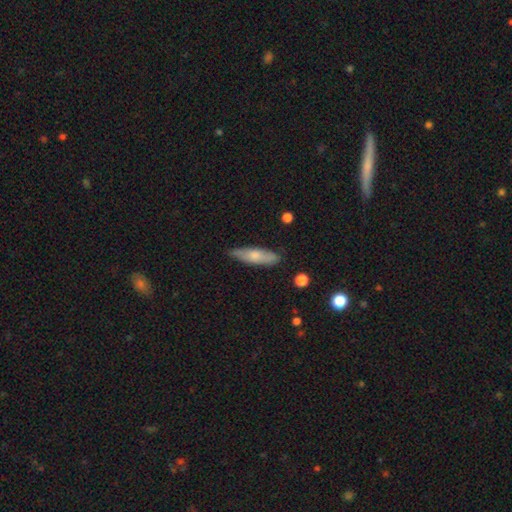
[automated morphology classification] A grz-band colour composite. It shows a smooth galaxy with no disk features (65%) that is cigar-shaped (61%). Merging: none (77%).